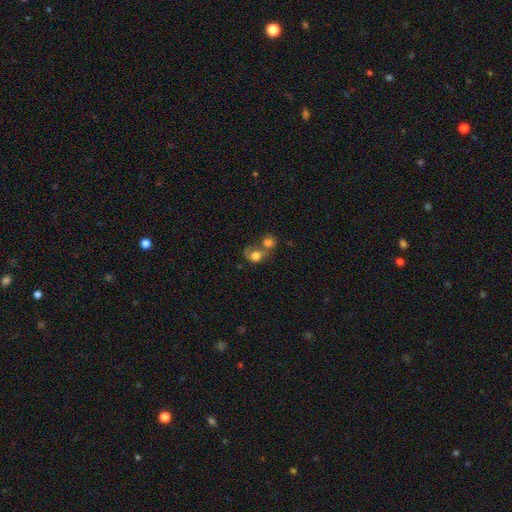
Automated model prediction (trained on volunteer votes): This is likely a smooth galaxy (69%). How rounded: likely round (68%). Merging: likely merger (63%).